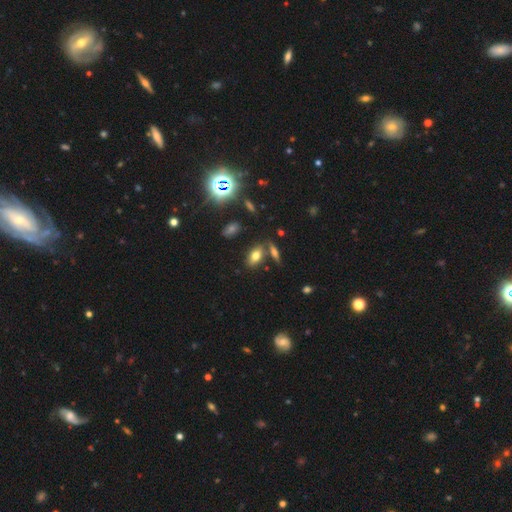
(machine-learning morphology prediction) This is likely a smooth galaxy (71%). How rounded: clearly in between (86%). Merging: likely none (71%).